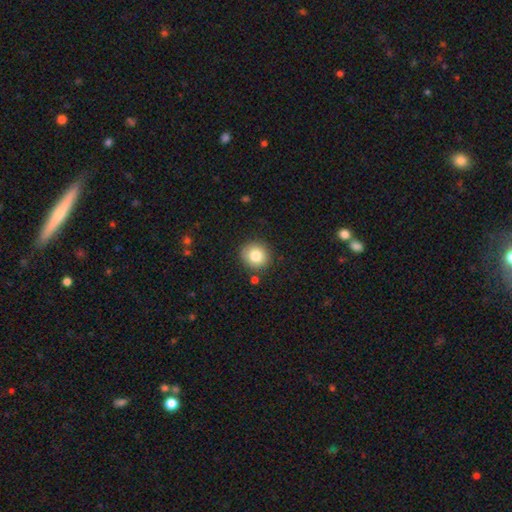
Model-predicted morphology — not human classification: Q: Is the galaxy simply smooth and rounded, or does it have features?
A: smooth — 82%.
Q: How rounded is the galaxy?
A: round — 90%.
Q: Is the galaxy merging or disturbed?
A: none — 87%.